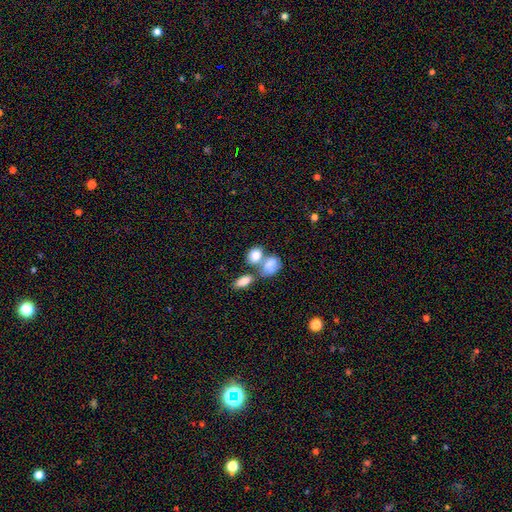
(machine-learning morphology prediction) smooth 76%, featured or disk 15%, star or artifact 8%. Down the decision tree: how rounded — in between (71%); merging — merger (50%).